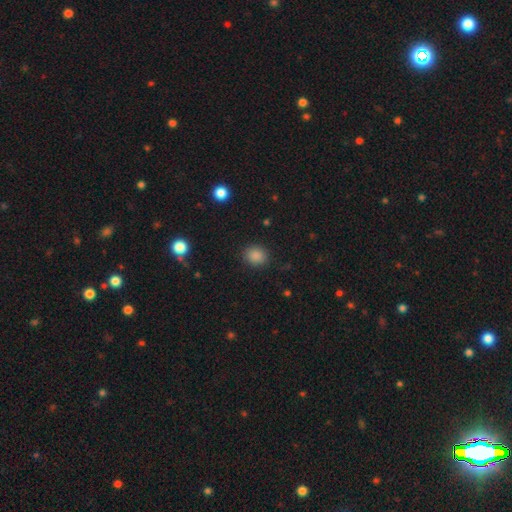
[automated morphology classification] smooth-or-featured: smooth: 86% | star or artifact: 11% | featured or disk: 3%
  how-rounded: round: 71% | in between: 28% | cigar-shaped: 1%
  merging: none: 88% | minor disturbance: 8% | major disturbance: 3% | merger: 1%